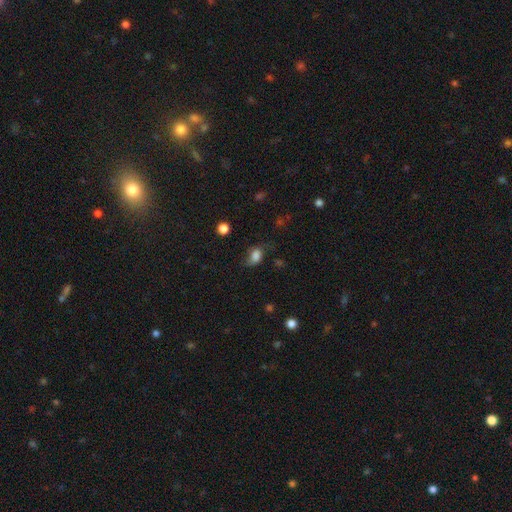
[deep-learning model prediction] The model was most divided on "merging": none: 45%, minor disturbance: 31%, major disturbance: 21%, merger: 3%. More confident: smooth or featured — smooth (75%); how rounded — in between (74%).